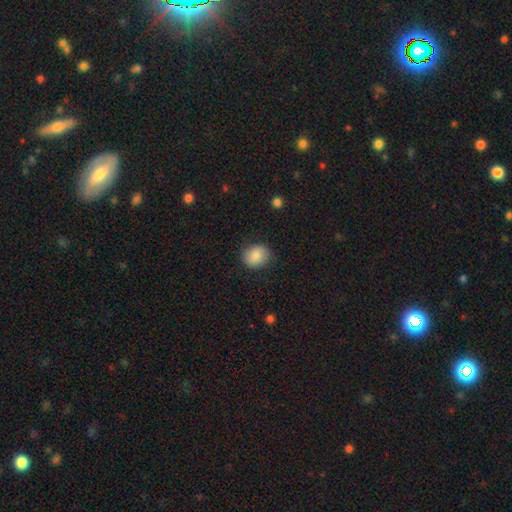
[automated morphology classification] Smooth or featured: smooth — 85% (star or artifact — 8%)
How rounded: round — 67% (in between — 32%)
Merging: none — 80% (minor disturbance — 15%)